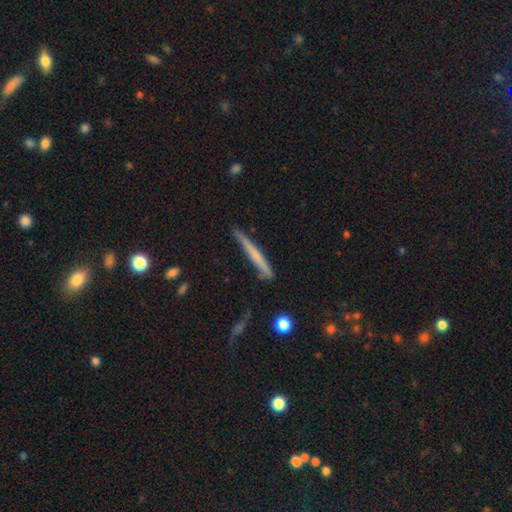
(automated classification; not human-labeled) smooth_or_featured: smooth (p=0.51) [alt: featured or disk p=0.43]
how_rounded: cigar-shaped (p=0.96) [alt: in between p=0.02]
merging: none (p=0.82) [alt: minor disturbance p=0.13]